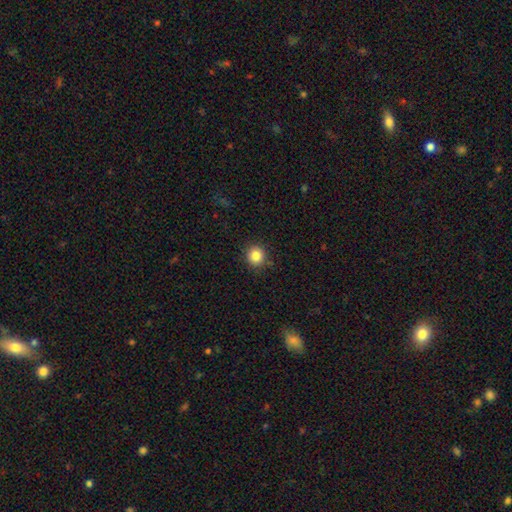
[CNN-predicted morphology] The model was most divided on "smooth or featured": smooth: 84%, star or artifact: 11%, featured or disk: 5%. More confident: how rounded — round (91%); merging — none (89%).